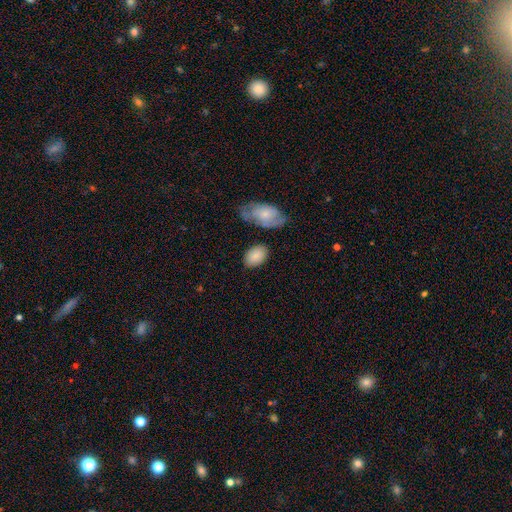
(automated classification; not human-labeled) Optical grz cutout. It shows a smooth galaxy with no disk features (82%) that is in between round and cigar-shaped (88%). Merging: none (73%).